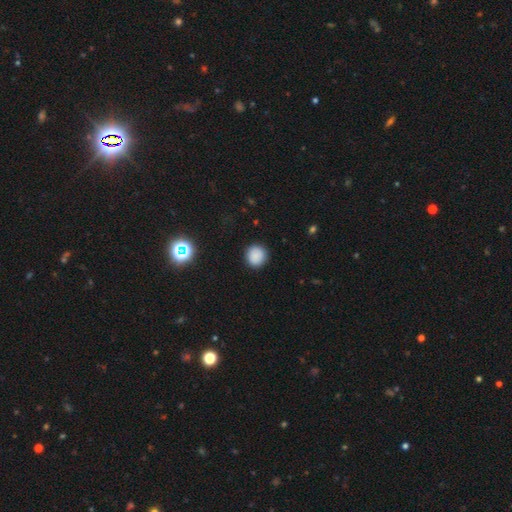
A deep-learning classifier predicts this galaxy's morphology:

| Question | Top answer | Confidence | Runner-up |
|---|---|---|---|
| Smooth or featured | smooth | 85% | star or artifact (11%) |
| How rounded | round | 92% | in between (7%) |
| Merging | none | 90% | minor disturbance (7%) |